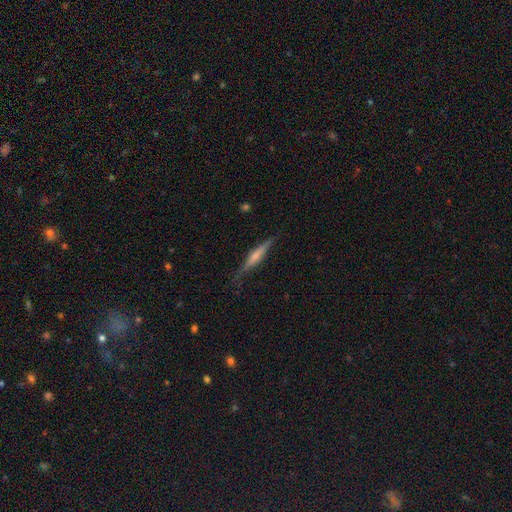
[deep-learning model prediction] Smooth or featured? Predicted: featured or disk (p=0.55). Edge-on disk? Predicted: yes (p=0.96). Edge-on bulge? Predicted: rounded (p=0.49). Merging? Predicted: none (p=0.81).